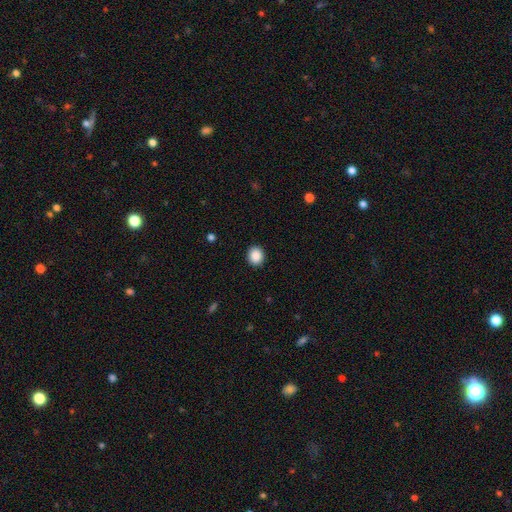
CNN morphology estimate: A smooth galaxy with no disk features (89%) that is round (76%).

Vote fractions:
- Smooth or featured? smooth: 89% / star or artifact: 9% / featured or disk: 3%
- How rounded? round: 76% / in between: 23% / cigar-shaped: 1%
- Merging? none: 91% / minor disturbance: 6% / major disturbance: 2% / merger: 1%